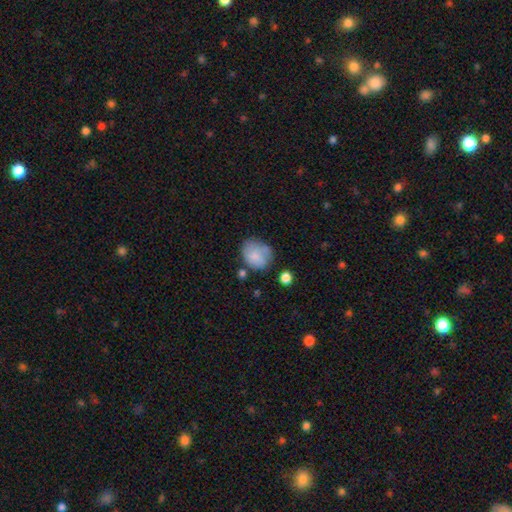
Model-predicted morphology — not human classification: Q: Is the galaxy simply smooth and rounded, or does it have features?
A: smooth — 78%.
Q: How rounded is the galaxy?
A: round — 53%.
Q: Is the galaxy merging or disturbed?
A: none — 51%.